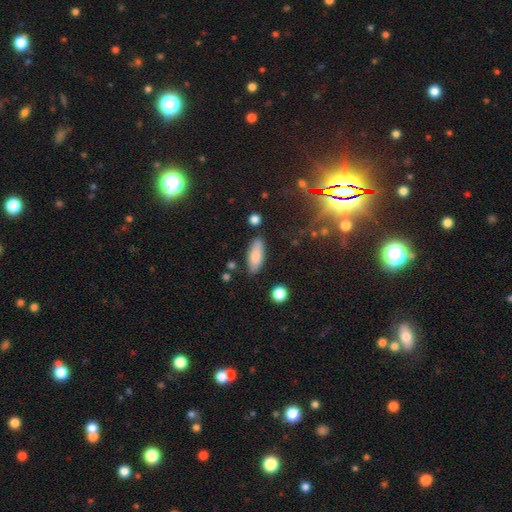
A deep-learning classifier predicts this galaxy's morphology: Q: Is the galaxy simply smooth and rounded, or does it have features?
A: smooth — 82%.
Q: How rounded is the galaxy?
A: in between — 70%.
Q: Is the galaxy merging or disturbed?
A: none — 82%.